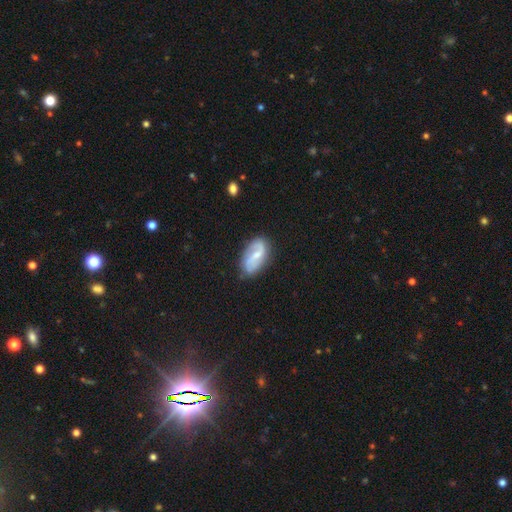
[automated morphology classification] smooth-or-featured: featured or disk: 73% | smooth: 21% | star or artifact: 6%
  disk-edge-on: no: 96% | yes: 4%
    bar: weak: 50% | no: 28% | strong: 22%
    has-spiral-arms: yes: 92% | no: 8%
      spiral-winding: loose: 47% | medium: 37% | tight: 16%
      spiral-arm-count: 2: 84% | can't tell: 7% | 1: 5% | 3: 2% | 4: 1% | more than 4: 1%
    bulge-size: small: 51% | moderate: 37% | none: 9% | large: 2% | dominant: 1%
  merging: none: 75% | minor disturbance: 18% | major disturbance: 5% | merger: 2%